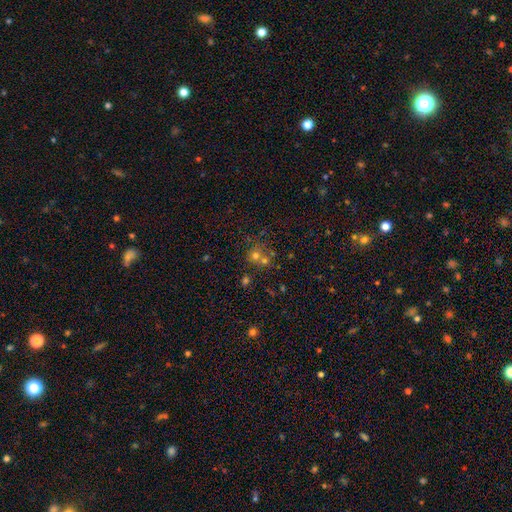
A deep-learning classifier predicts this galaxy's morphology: This is likely a smooth galaxy (62%). How rounded: clearly round (85%). Merging: possibly none (47%).